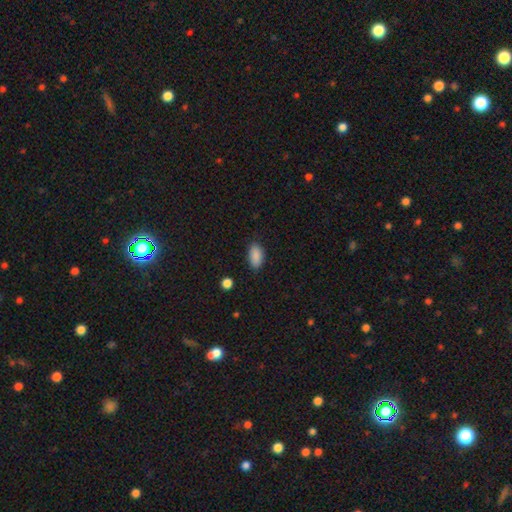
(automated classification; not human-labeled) Smooth or featured: smooth — 89% (star or artifact — 8%)
How rounded: in between — 93% (cigar-shaped — 4%)
Merging: none — 84% (minor disturbance — 12%)